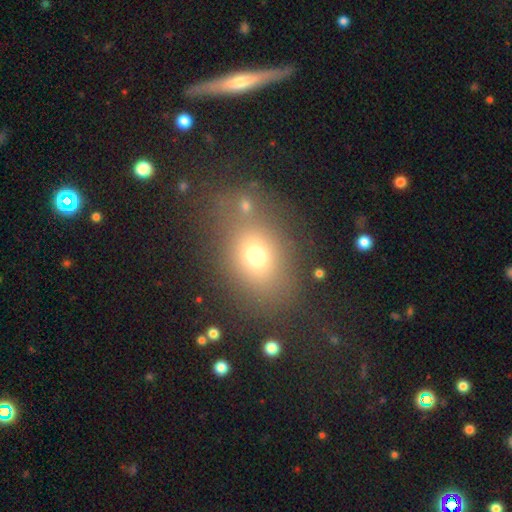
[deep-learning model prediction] smooth_or_featured: smooth (p=0.69) [alt: star or artifact p=0.18]
how_rounded: in between (p=0.60) [alt: round p=0.38]
merging: none (p=0.63) [alt: minor disturbance p=0.14]